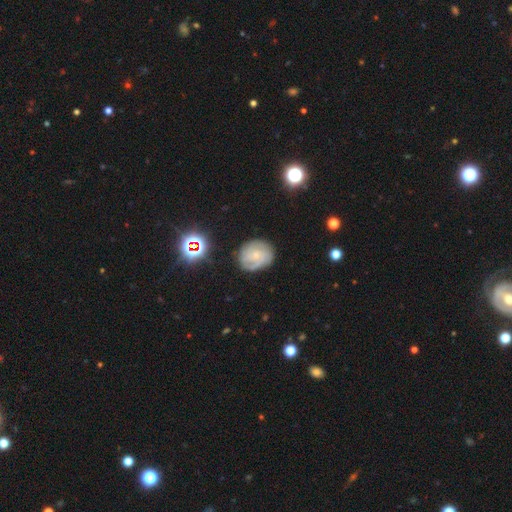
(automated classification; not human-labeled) This appears to be a featured or disk galaxy (66%) with no bar (71%), tight (60%) spiral arms (90%) and a small central bulge (71%). Merging: none (75%).